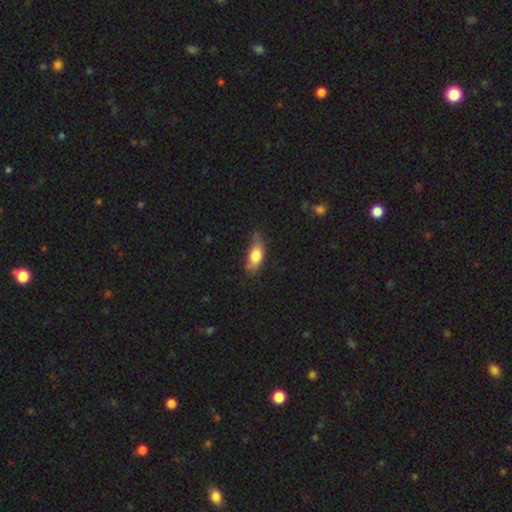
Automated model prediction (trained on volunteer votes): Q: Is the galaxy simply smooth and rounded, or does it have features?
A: smooth — 74%.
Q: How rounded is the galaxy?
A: in between — 81%.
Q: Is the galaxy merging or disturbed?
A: none — 50%.